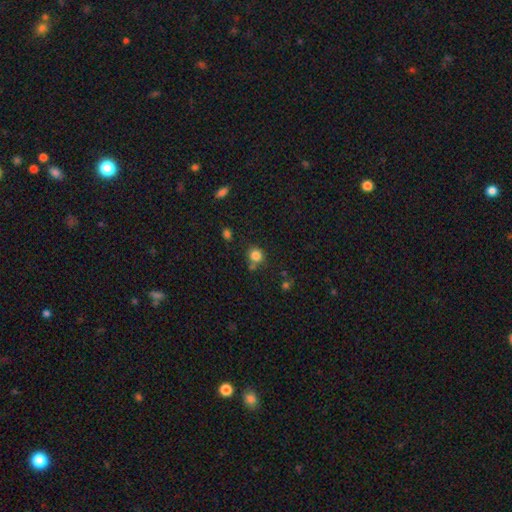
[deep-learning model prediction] Smooth or featured? Predicted: smooth (p=0.82). How rounded? Predicted: round (p=0.87). Merging? Predicted: none (p=0.71).